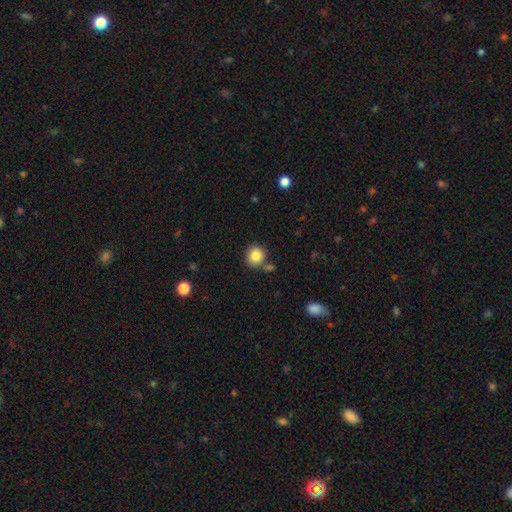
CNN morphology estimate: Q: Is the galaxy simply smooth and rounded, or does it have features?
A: smooth — 84%.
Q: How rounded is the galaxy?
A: round — 90%.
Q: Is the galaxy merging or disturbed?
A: none — 75%.